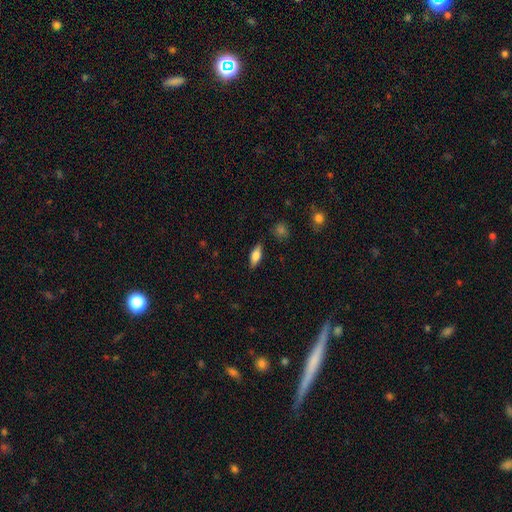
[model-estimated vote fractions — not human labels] Smooth or featured?
  - smooth: 63% *
  - featured or disk: 29%
  - star or artifact: 8%
How rounded?
  - in between: 71% *
  - cigar-shaped: 26%
  - round: 4%
Merging?
  - none: 86% *
  - minor disturbance: 10%
  - major disturbance: 3%
  - merger: 1%